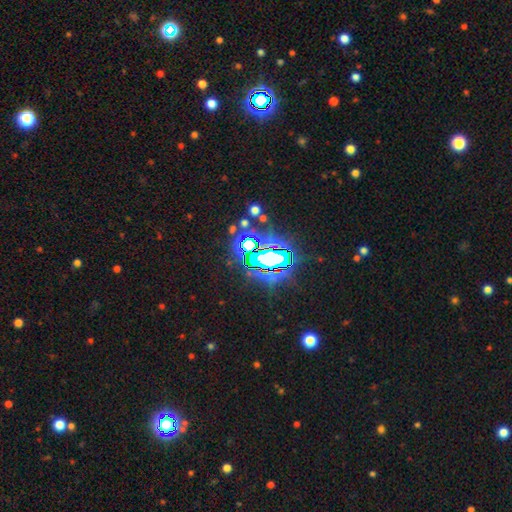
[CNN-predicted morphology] A star or artifact, not a galaxy (76%).